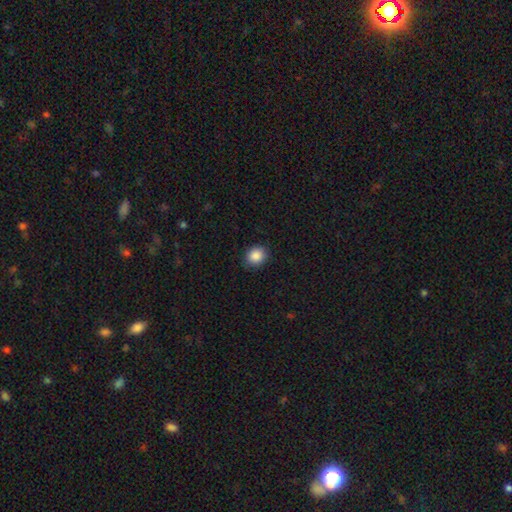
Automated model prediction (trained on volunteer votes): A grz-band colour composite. It shows a smooth galaxy with no disk features (88%) that is round (68%). Merging: none (86%).